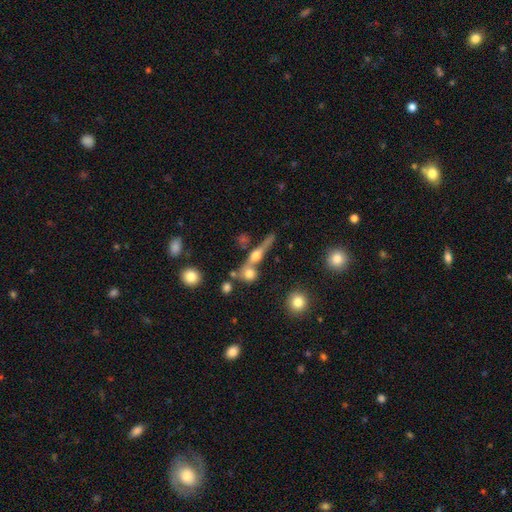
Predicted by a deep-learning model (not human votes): This is marginally a smooth galaxy (44%). Merging: marginally merger (45%).